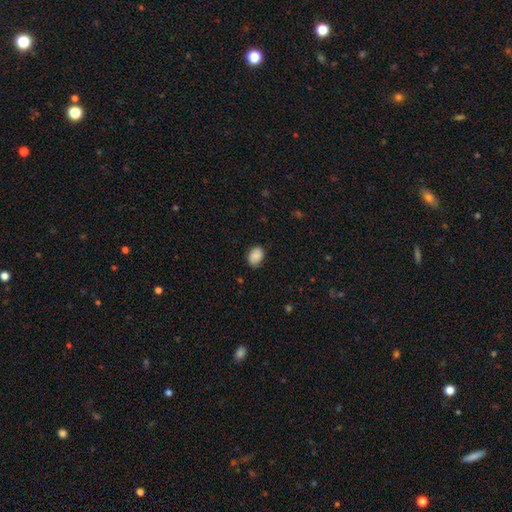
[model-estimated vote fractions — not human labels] Overall: smooth (89%). How rounded: in between (75%). Merging: none (81%).